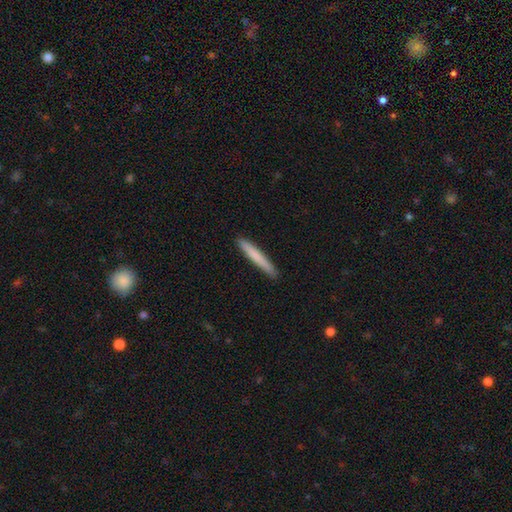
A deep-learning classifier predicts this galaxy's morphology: Q: Smooth or featured?
A: smooth (75%); runner-up: featured or disk (19%)
Q: How rounded?
A: cigar-shaped (96%); runner-up: in between (3%)
Q: Merging?
A: none (91%); runner-up: minor disturbance (7%)